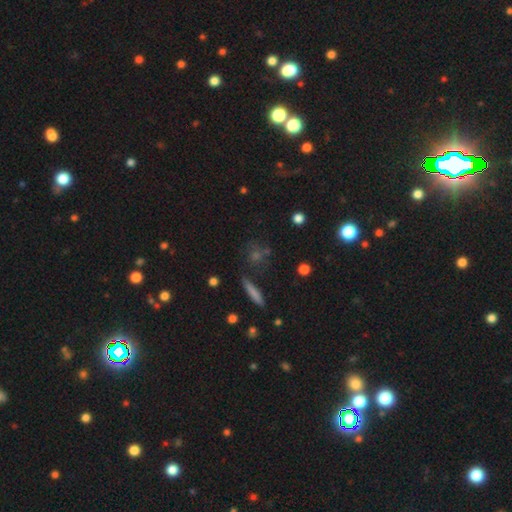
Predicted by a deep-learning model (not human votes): The model was most divided on "smooth or featured": smooth: 48%, star or artifact: 33%, featured or disk: 18%. More confident: merging — none (77%).